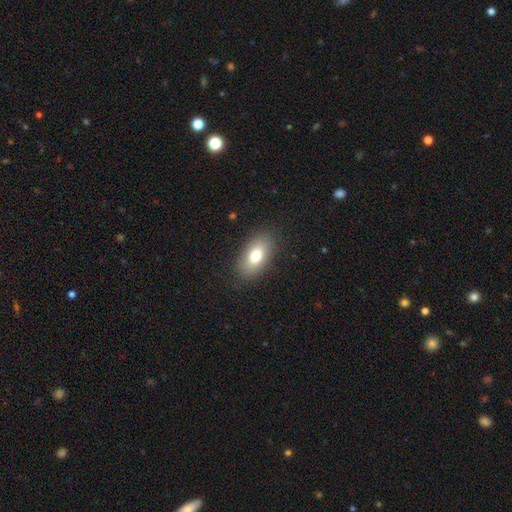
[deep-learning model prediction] smooth_or_featured: smooth (p=0.75) [alt: featured or disk p=0.16]
how_rounded: in between (p=0.90) [alt: round p=0.06]
merging: none (p=0.86) [alt: minor disturbance p=0.10]